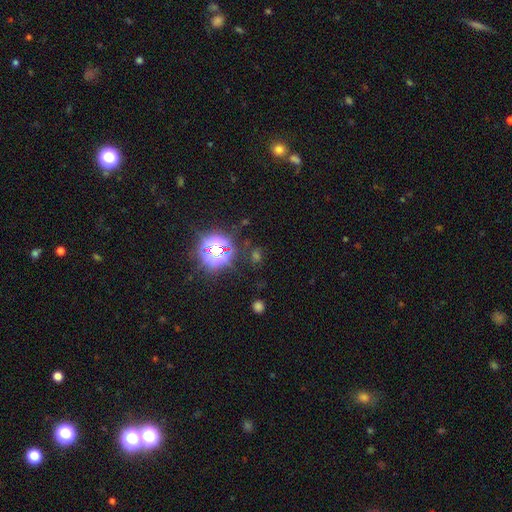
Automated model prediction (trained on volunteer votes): The model was most divided on "smooth or featured": star or artifact: 66%, smooth: 26%, featured or disk: 9%.